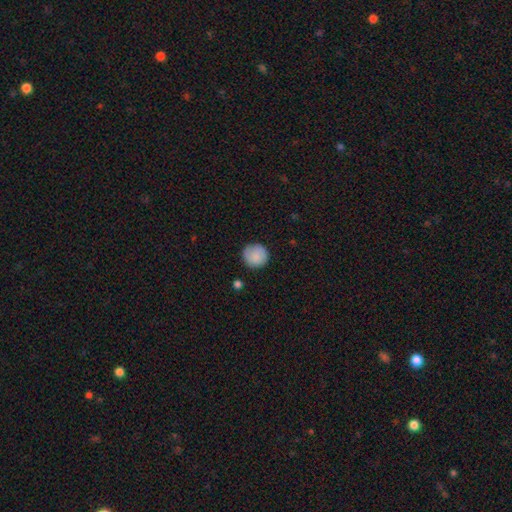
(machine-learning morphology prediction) A smooth galaxy with no disk features (87%) that is round (95%).

Vote fractions:
- Smooth or featured? smooth: 87% / featured or disk: 7% / star or artifact: 7%
- How rounded? round: 95% / in between: 4% / cigar-shaped: 1%
- Merging? none: 87% / minor disturbance: 9% / major disturbance: 2% / merger: 1%